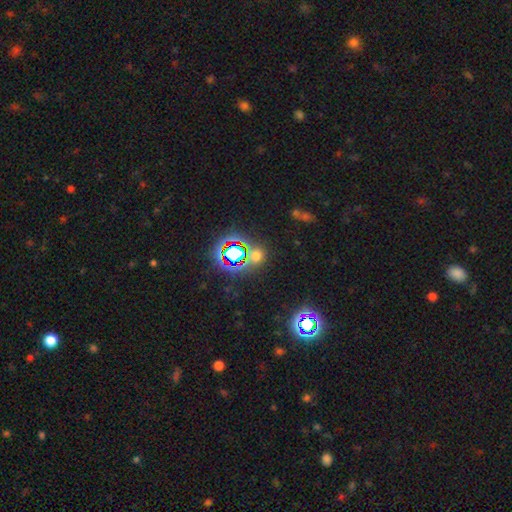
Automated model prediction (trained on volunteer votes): star or artifact 56%, smooth 36%, featured or disk 8%.